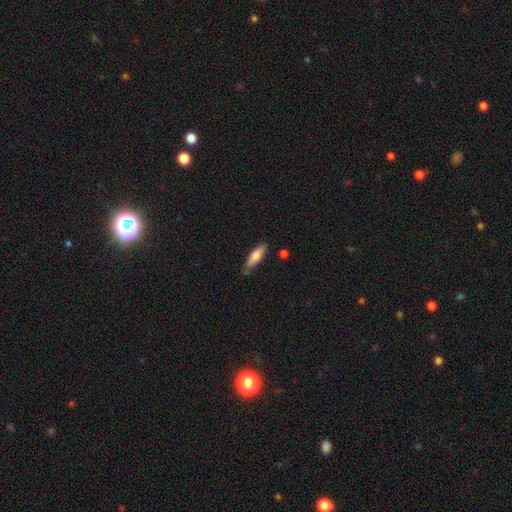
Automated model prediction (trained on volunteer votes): Smooth or featured? Predicted: smooth (p=0.75). How rounded? Predicted: cigar-shaped (p=0.60). Merging? Predicted: none (p=0.70).